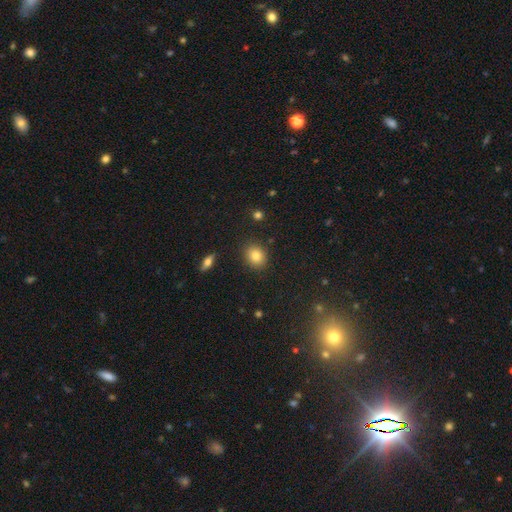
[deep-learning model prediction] Smooth or featured? smooth (84%)
How rounded? round (56%)
Merging? none (88%)